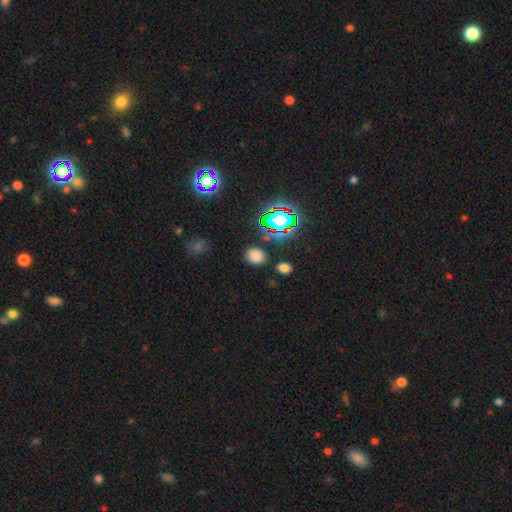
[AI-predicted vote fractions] smooth_or_featured: smooth (p=0.74) [alt: star or artifact p=0.20]
how_rounded: round (p=0.52) [alt: in between p=0.46]
merging: none (p=0.82) [alt: minor disturbance p=0.10]